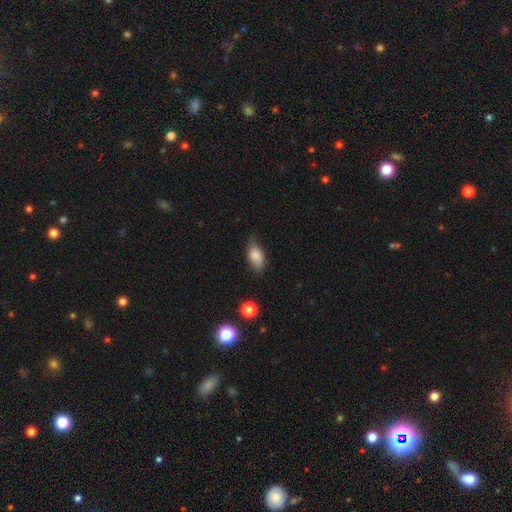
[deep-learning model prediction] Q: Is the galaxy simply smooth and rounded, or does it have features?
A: smooth — 81%.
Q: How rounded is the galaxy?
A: in between — 89%.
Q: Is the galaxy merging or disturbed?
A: none — 62%.